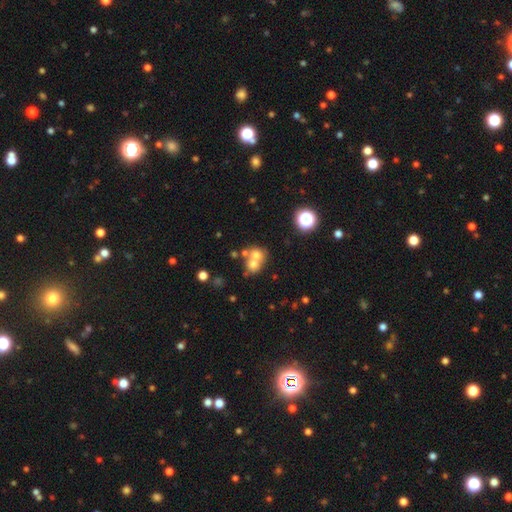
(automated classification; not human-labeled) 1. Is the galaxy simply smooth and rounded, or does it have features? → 63% smooth, 21% featured or disk, 16% star or artifact.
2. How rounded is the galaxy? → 75% round, 24% in between, 1% cigar-shaped.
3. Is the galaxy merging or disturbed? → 62% merger, 29% none, 6% minor disturbance, 3% major disturbance.